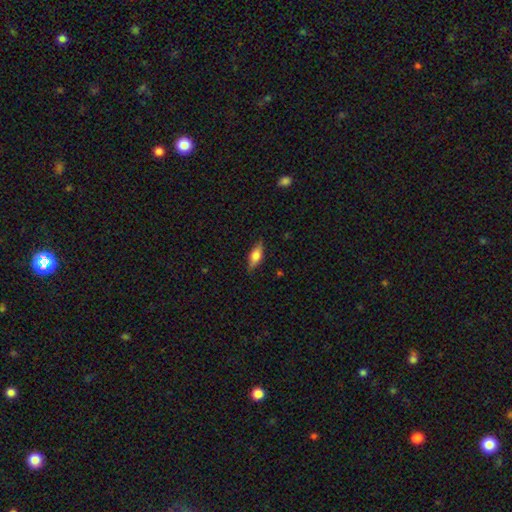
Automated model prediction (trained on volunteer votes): Overall: smooth (59%; featured or disk 34%). How rounded: in between (64%; cigar-shaped 33%). Merging: none (83%).